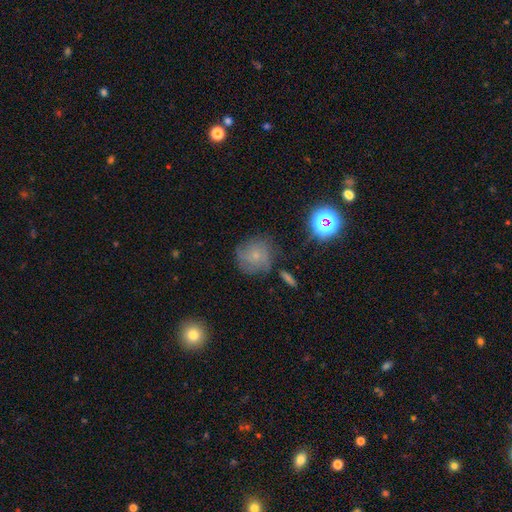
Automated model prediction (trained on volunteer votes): Smooth or featured?
  - smooth: 49% *
  - featured or disk: 34%
  - star or artifact: 17%
Merging?
  - none: 64% *
  - minor disturbance: 22%
  - major disturbance: 10%
  - merger: 4%